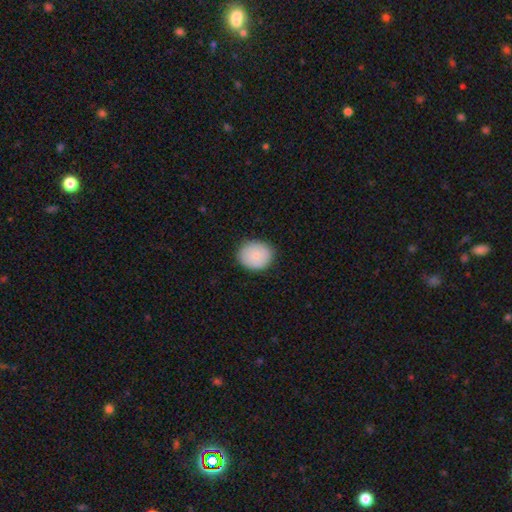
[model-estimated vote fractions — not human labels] Overall: smooth (80%). How rounded: round (67%; in between 32%). Merging: none (85%).